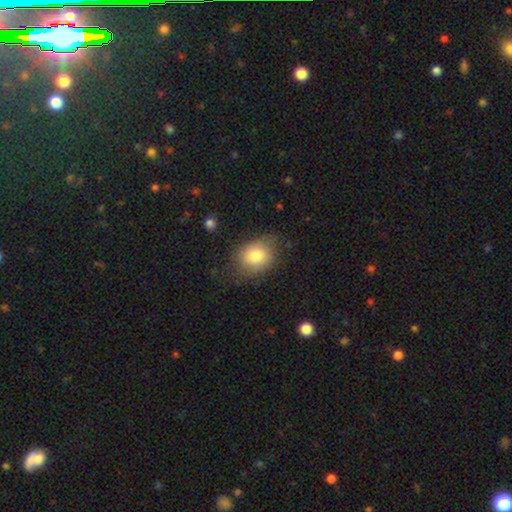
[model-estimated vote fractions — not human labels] Smooth or featured? Predicted: smooth (p=0.80). How rounded? Predicted: in between (p=0.54). Merging? Predicted: none (p=0.65).